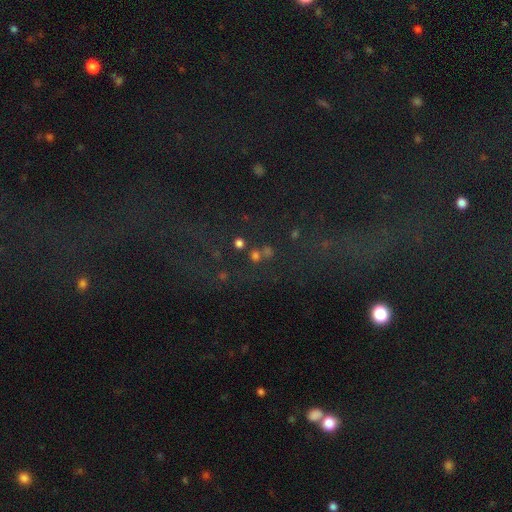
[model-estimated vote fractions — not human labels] A smooth galaxy with no disk features (54%) that is round (87%). Merging: none (62%).